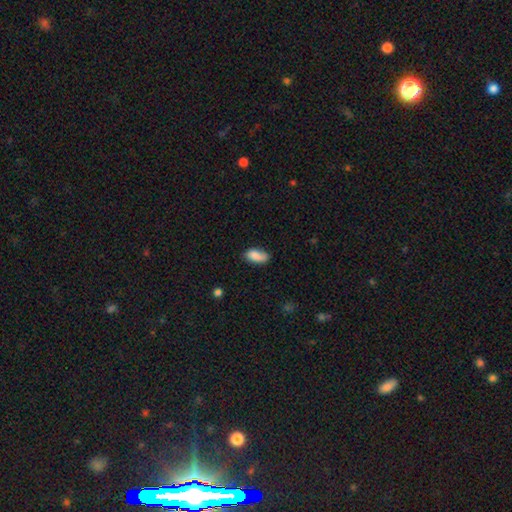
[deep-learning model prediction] This appears to be a smooth galaxy with no disk features (86%) that is in between round and cigar-shaped (91%). Merging: none (66%).